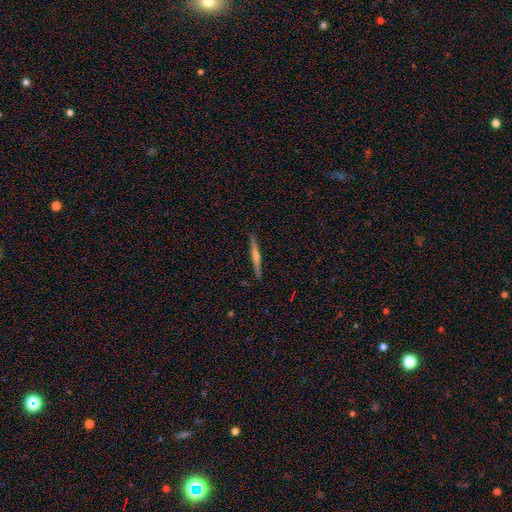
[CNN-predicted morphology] The model was most divided on "smooth or featured": featured or disk: 67%, smooth: 26%, star or artifact: 7%. More confident: edge-on disk — yes (98%); merging — none (91%); edge-on bulge — rounded (70%).